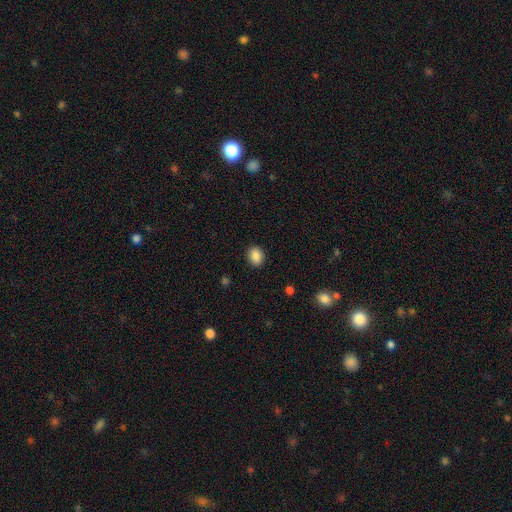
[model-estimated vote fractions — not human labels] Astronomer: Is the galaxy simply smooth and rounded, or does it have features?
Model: smooth — 87%.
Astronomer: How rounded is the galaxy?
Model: round — 50% (runner-up: in between, 49%).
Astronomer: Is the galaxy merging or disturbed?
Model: none — 89%.